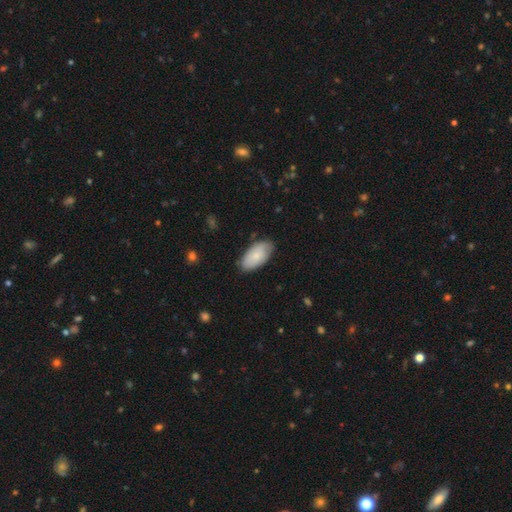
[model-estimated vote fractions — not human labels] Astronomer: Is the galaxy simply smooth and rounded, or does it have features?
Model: smooth — 75%.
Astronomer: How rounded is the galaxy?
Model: in between — 95%.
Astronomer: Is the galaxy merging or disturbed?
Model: none — 74%.